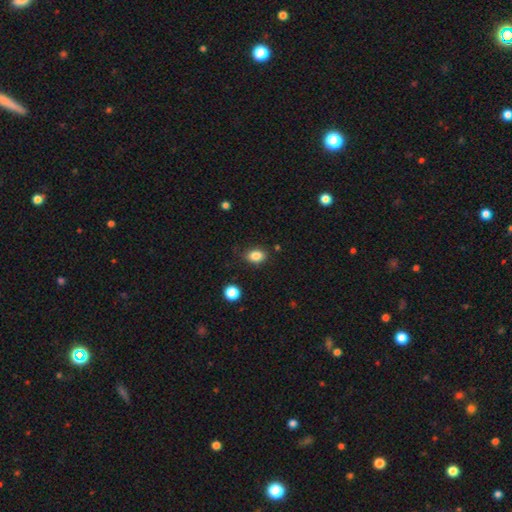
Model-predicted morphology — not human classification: type=smooth (85%); roundness=in between (70%); merging=none (81%).